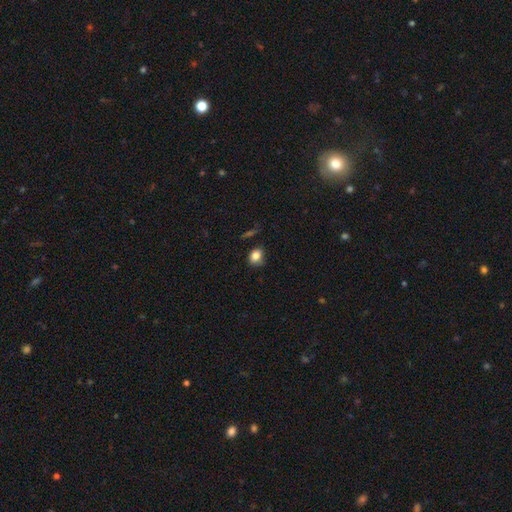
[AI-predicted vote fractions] Smooth or featured? smooth (82%)
How rounded? in between (52%)
Merging? none (67%)